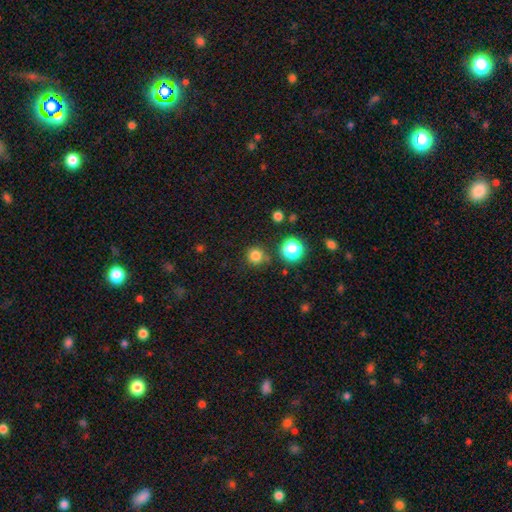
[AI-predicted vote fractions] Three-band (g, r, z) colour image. It shows a smooth galaxy with no disk features (79%) that is round (93%). Merging: none (82%).